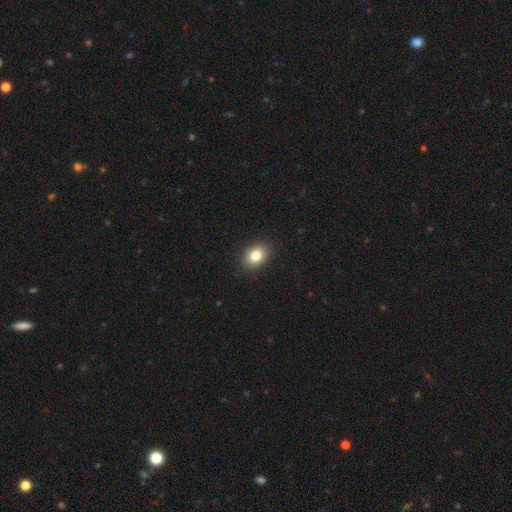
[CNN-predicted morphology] The model was most divided on "how rounded": in between: 72%, round: 26%, cigar-shaped: 1%. More confident: merging — none (89%); smooth or featured — smooth (82%).